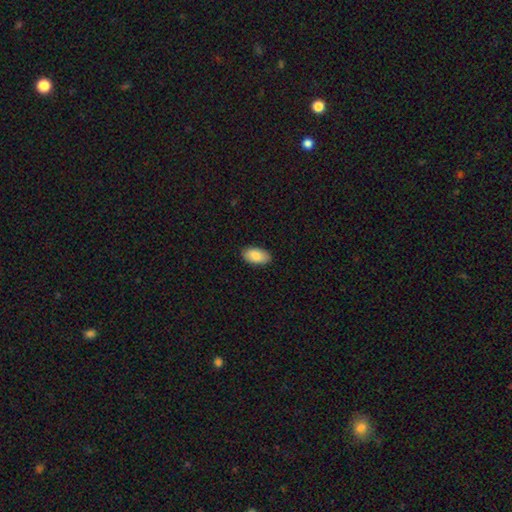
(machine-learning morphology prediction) Smooth or featured: smooth — 85% (featured or disk — 9%)
How rounded: in between — 95% (round — 3%)
Merging: none — 88% (minor disturbance — 9%)